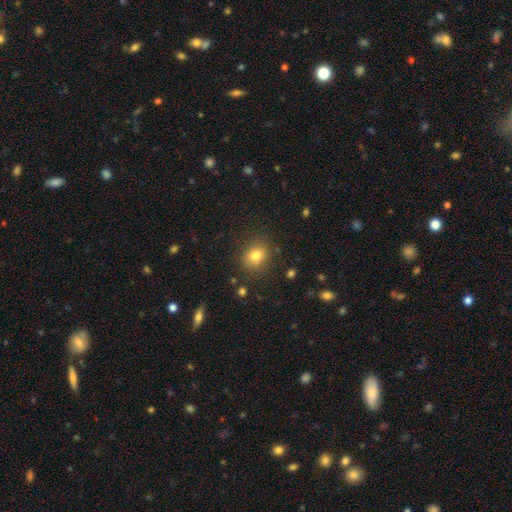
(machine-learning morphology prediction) Smooth or featured?
  - smooth: 80% *
  - star or artifact: 13%
  - featured or disk: 8%
How rounded?
  - round: 68% *
  - in between: 31%
  - cigar-shaped: 1%
Merging?
  - none: 85% *
  - minor disturbance: 10%
  - major disturbance: 3%
  - merger: 2%